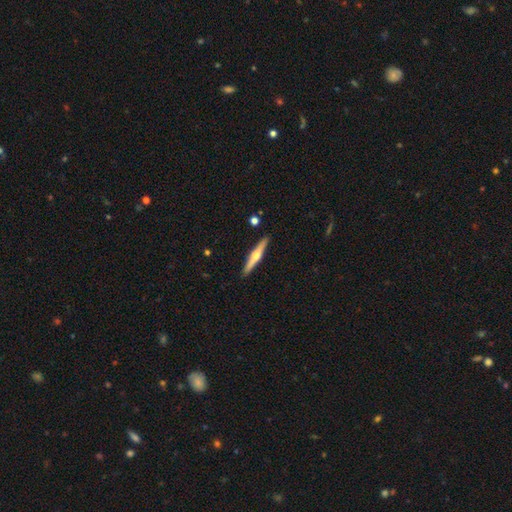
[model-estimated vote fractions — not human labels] Q: Smooth or featured?
A: featured or disk (66%); runner-up: smooth (29%)
Q: Edge-on disk?
A: yes (98%); runner-up: no (2%)
Q: Edge-on bulge?
A: rounded (93%); runner-up: none (4%)
Q: Merging?
A: none (91%); runner-up: minor disturbance (6%)